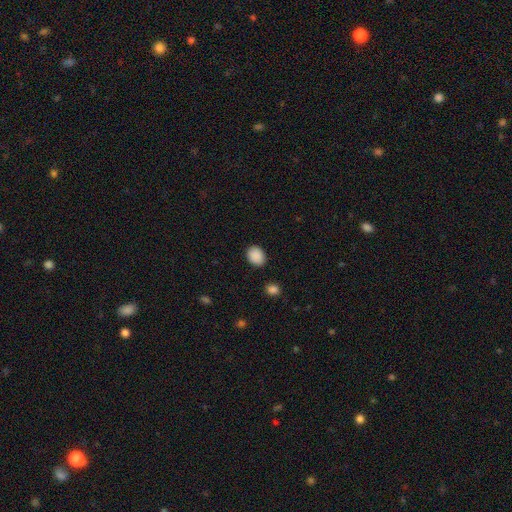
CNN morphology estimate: This appears to be a smooth galaxy with no disk features (89%) that is in between round and cigar-shaped (52%). Merging: none (87%).